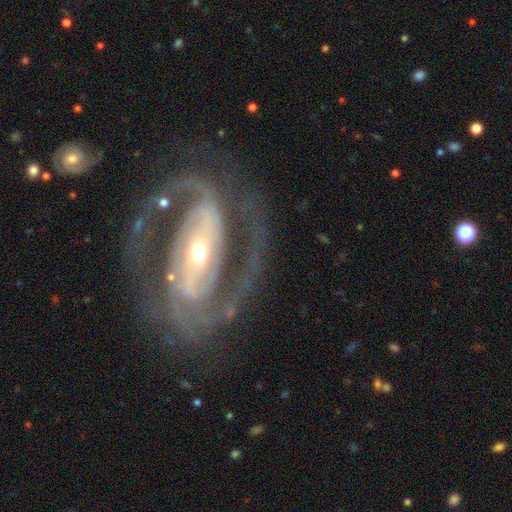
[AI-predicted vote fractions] Smooth or featured? Predicted: featured or disk (p=0.92). Edge-on disk? Predicted: no (p=0.97). Bar? Predicted: strong (p=0.60). Spiral arms? Predicted: yes (p=0.97). Spiral winding? Predicted: medium (p=0.51). Spiral arm count? Predicted: 2 (p=0.89). Bulge size? Predicted: small (p=0.50). Merging? Predicted: none (p=0.75).